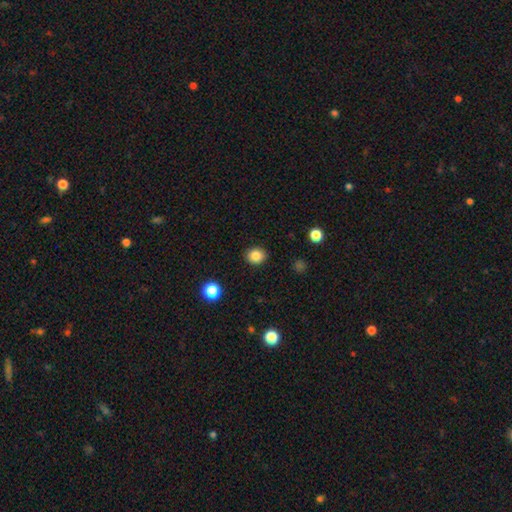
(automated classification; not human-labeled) Overall: smooth (85%). How rounded: round (70%). Merging: none (90%).